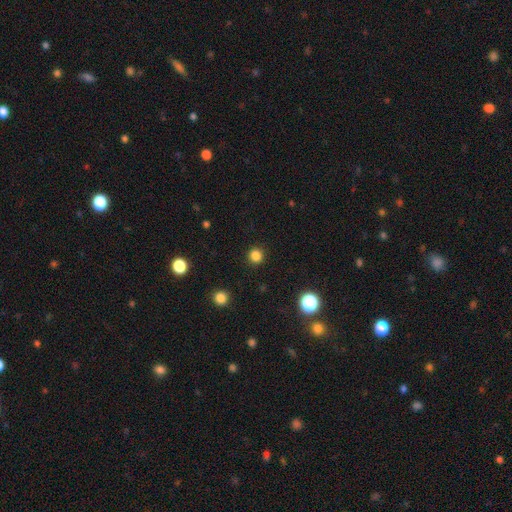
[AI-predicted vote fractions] Q: Smooth or featured?
A: smooth (82%); runner-up: star or artifact (14%)
Q: How rounded?
A: round (94%); runner-up: in between (5%)
Q: Merging?
A: none (92%); runner-up: minor disturbance (5%)